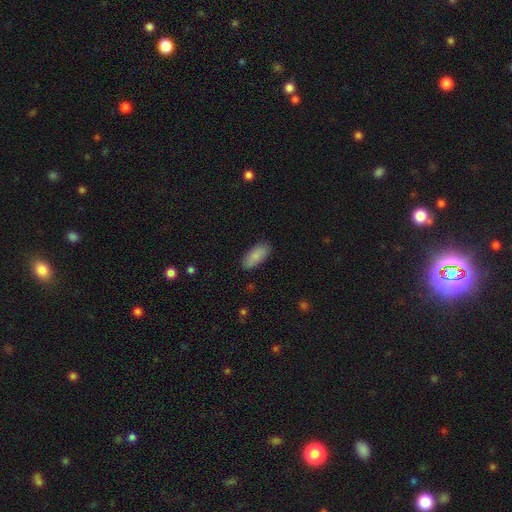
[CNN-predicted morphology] Smooth or featured?
  - smooth: 88% *
  - featured or disk: 6%
  - star or artifact: 6%
How rounded?
  - in between: 84% *
  - cigar-shaped: 14%
  - round: 2%
Merging?
  - none: 86% *
  - minor disturbance: 11%
  - major disturbance: 2%
  - merger: 1%